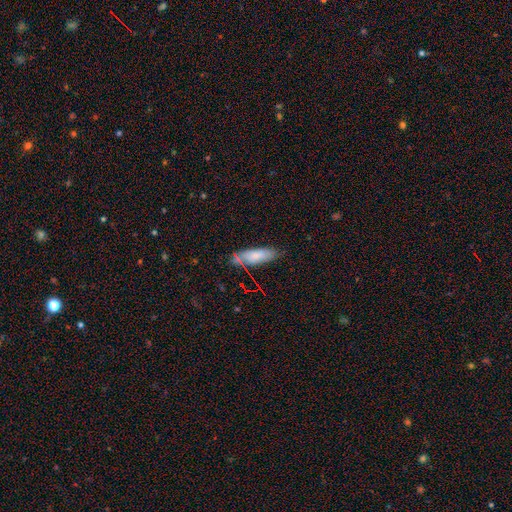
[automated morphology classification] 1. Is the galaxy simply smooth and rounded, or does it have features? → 76% smooth, 16% featured or disk, 8% star or artifact.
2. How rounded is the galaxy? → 57% in between, 41% cigar-shaped, 2% round.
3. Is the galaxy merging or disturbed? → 68% none, 21% minor disturbance, 6% merger, 5% major disturbance.